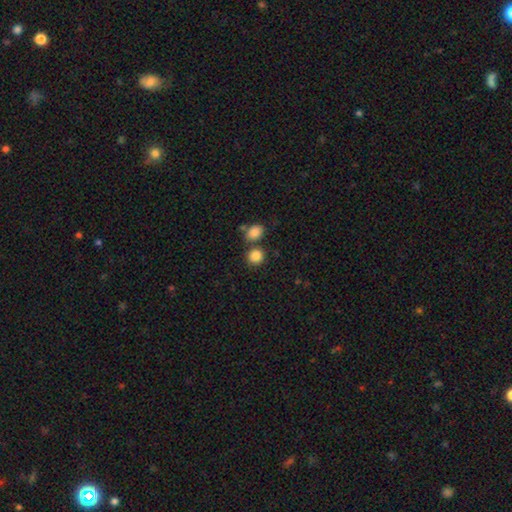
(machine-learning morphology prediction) type=smooth (86%); roundness=round (83%); merging=none (69%).